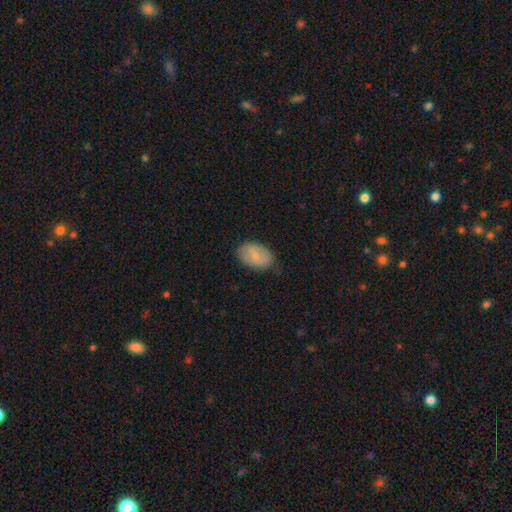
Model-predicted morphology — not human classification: type=smooth (71%); roundness=in between (88%); merging=none (79%).